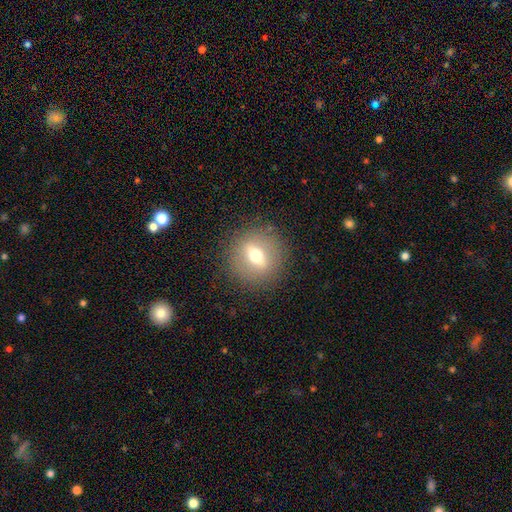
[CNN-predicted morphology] Smooth or featured: smooth — 46% (featured or disk — 43%)
Merging: none — 87% (minor disturbance — 8%)